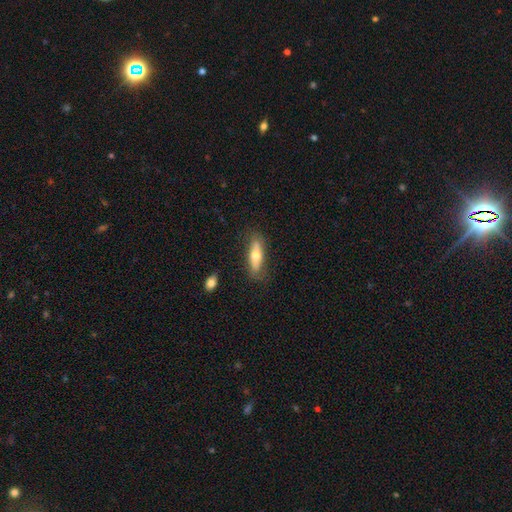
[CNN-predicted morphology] type=smooth (57%); roundness=cigar-shaped (50%); merging=none (76%).